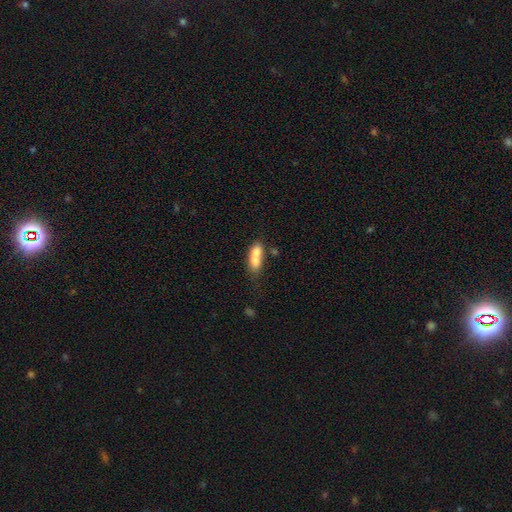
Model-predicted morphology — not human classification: smooth 68%, featured or disk 23%, star or artifact 9%. Down the decision tree: how rounded — in between (68%); merging — merger (57%).